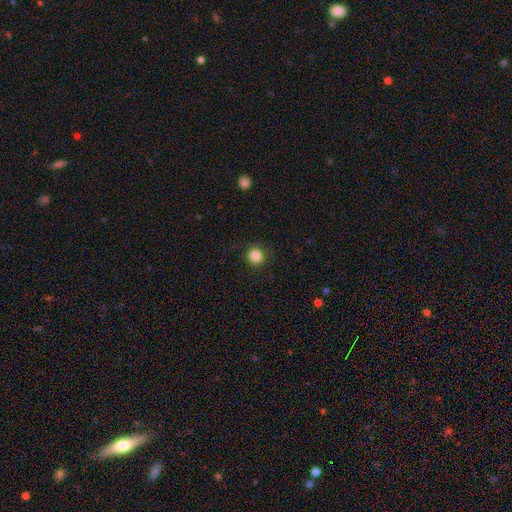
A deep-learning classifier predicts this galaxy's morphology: This is clearly a smooth galaxy (85%). How rounded: clearly round (95%). Merging: clearly none (91%).